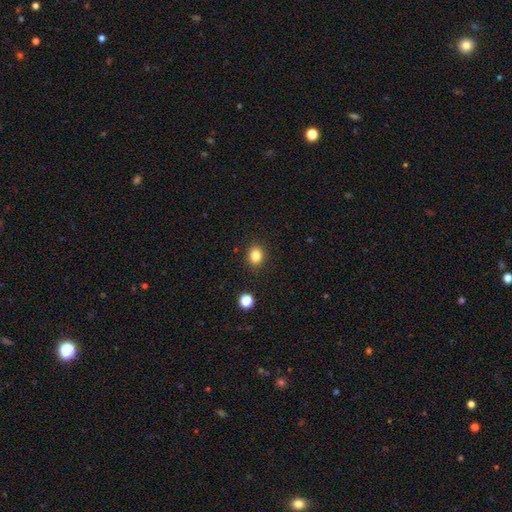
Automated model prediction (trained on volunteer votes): smooth-or-featured: smooth: 83% | star or artifact: 12% | featured or disk: 5%
  how-rounded: round: 63% | in between: 37% | cigar-shaped: 1%
  merging: none: 89% | minor disturbance: 7% | major disturbance: 2% | merger: 2%